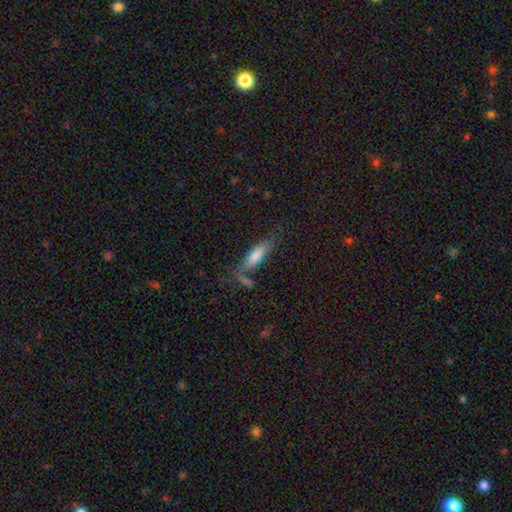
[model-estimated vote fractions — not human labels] Smooth or featured: smooth — 73% (featured or disk — 20%)
How rounded: cigar-shaped — 49% (in between — 48%)
Merging: none — 52% (minor disturbance — 20%)